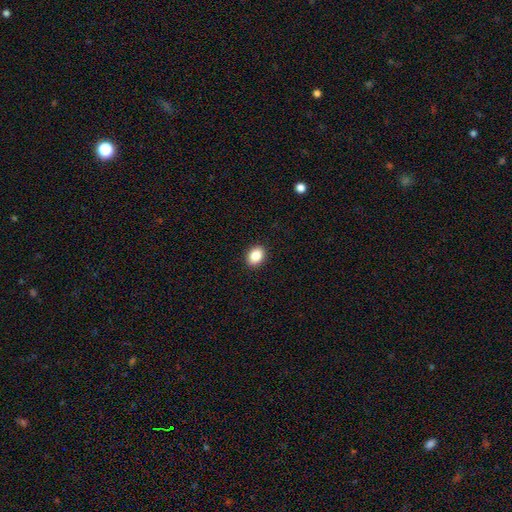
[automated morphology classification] A smooth galaxy with no disk features (87%) that is in between round and cigar-shaped (66%). Merging: none (91%).